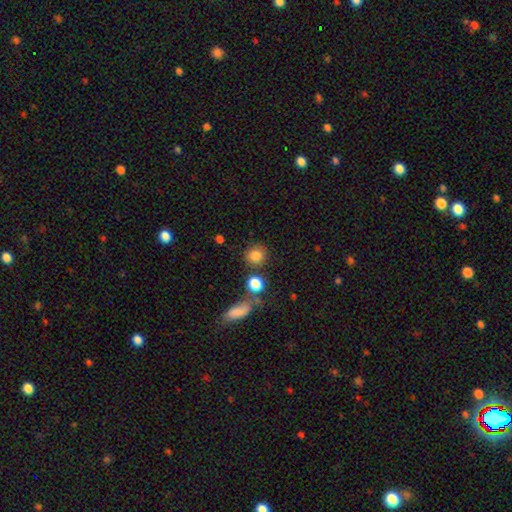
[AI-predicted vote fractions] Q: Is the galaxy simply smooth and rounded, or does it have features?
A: smooth — 83%.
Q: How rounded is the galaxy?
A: round — 85%.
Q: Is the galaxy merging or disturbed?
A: none — 77%.